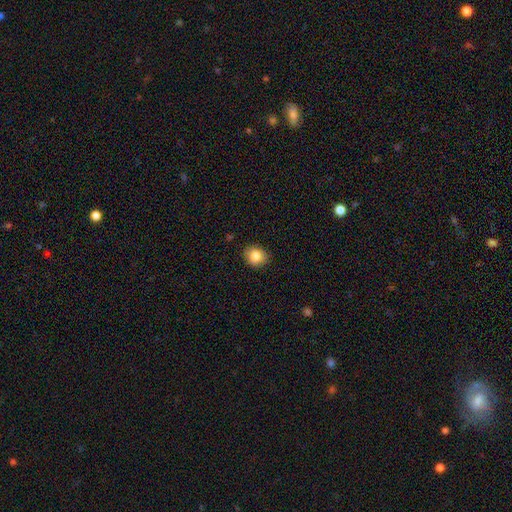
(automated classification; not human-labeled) Smooth or featured? Predicted: smooth (p=0.84). How rounded? Predicted: round (p=0.68). Merging? Predicted: none (p=0.88).